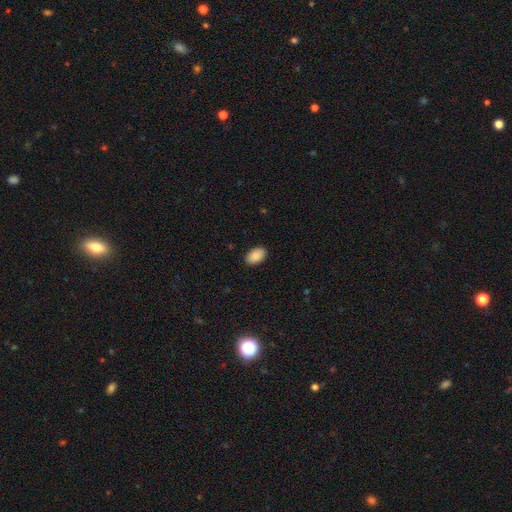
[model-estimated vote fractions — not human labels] Q: Smooth or featured?
A: smooth (89%); runner-up: star or artifact (7%)
Q: How rounded?
A: in between (93%); runner-up: round (6%)
Q: Merging?
A: none (89%); runner-up: minor disturbance (8%)